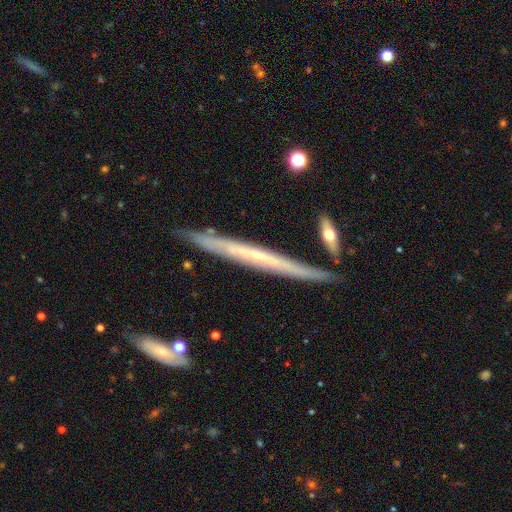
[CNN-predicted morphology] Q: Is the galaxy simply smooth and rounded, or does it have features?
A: featured or disk — 67%.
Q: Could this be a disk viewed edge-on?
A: yes — 92%.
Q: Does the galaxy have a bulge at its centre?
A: none — 80%.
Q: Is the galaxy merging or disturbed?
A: none — 84%.